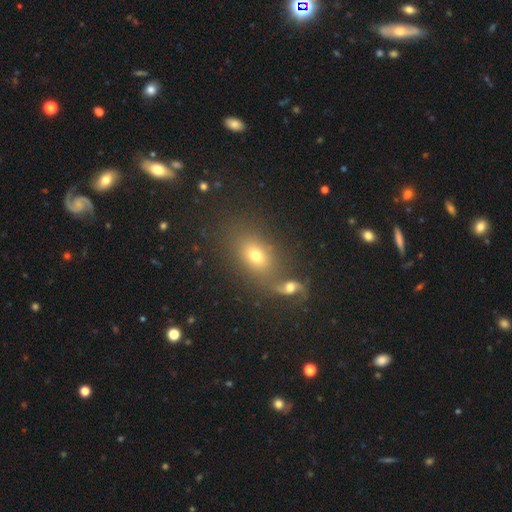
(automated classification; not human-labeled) Smooth or featured? smooth (65%)
How rounded? in between (69%)
Merging? none (55%)